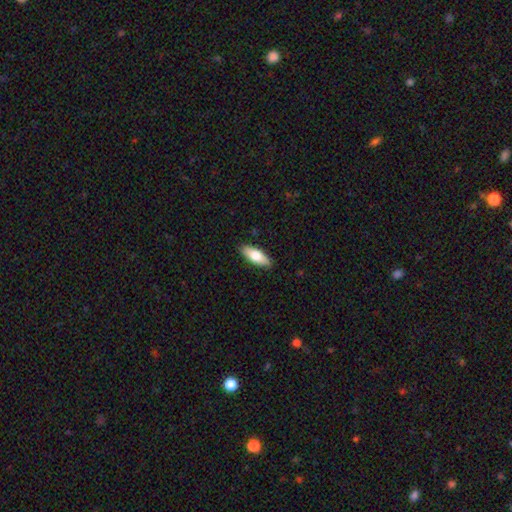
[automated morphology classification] A smooth galaxy with no disk features (71%) that is in between round and cigar-shaped (69%).

Vote fractions:
- Smooth or featured? smooth: 71% / featured or disk: 23% / star or artifact: 6%
- How rounded? in between: 69% / cigar-shaped: 29% / round: 2%
- Merging? none: 89% / minor disturbance: 9% / major disturbance: 2% / merger: 1%